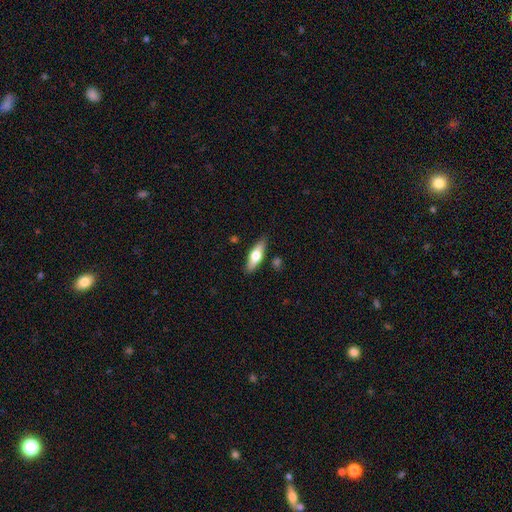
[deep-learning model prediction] This is possibly a smooth galaxy (53%). How rounded: possibly in between (49%). Merging: clearly none (85%).